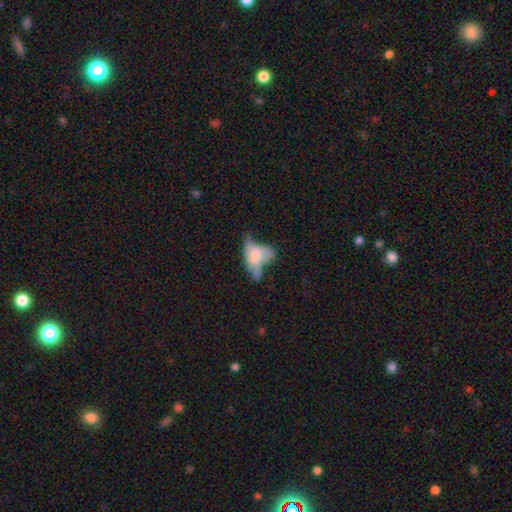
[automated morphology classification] smooth-or-featured: smooth: 49% | featured or disk: 42% | star or artifact: 9%
  merging: major disturbance: 37% | merger: 22% | minor disturbance: 21% | none: 20%